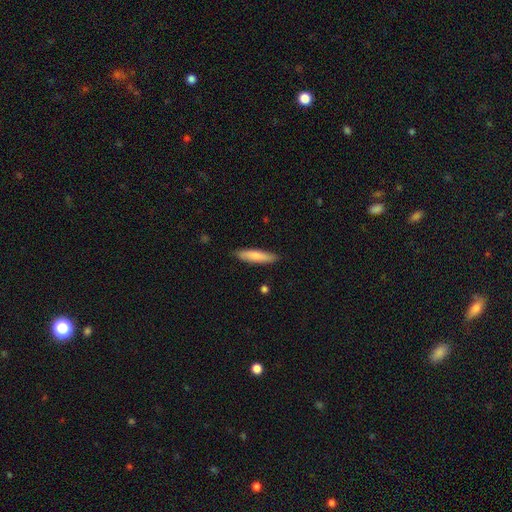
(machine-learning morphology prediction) smooth-or-featured: smooth: 81% | featured or disk: 14% | star or artifact: 5%
  how-rounded: cigar-shaped: 80% | in between: 19% | round: 1%
  merging: none: 86% | minor disturbance: 11% | major disturbance: 2% | merger: 1%